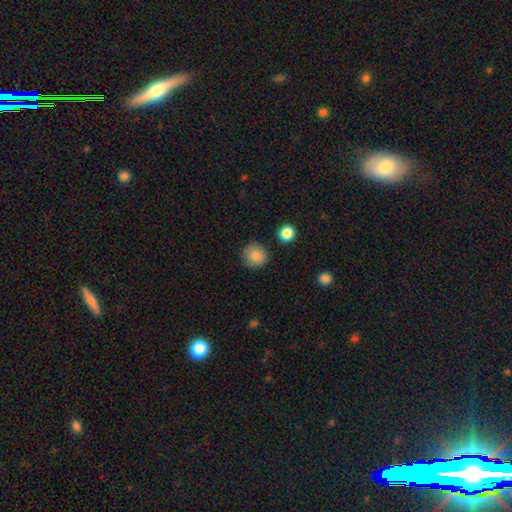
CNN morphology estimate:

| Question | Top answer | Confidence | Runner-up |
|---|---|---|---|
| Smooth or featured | smooth | 86% | star or artifact (9%) |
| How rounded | round | 93% | in between (6%) |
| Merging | none | 85% | minor disturbance (10%) |